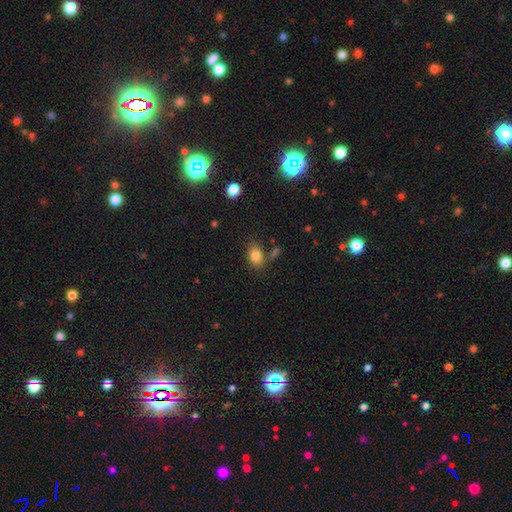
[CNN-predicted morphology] This is clearly a smooth galaxy (82%). How rounded: likely in between (77%). Merging: likely none (71%).